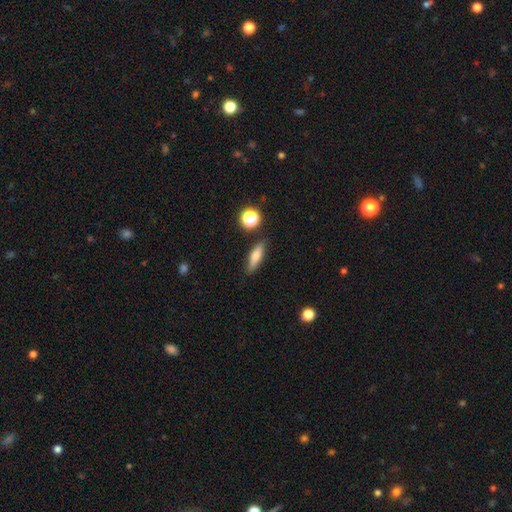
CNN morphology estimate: This is likely a smooth galaxy (68%). How rounded: possibly cigar-shaped (55%). Merging: clearly none (84%).